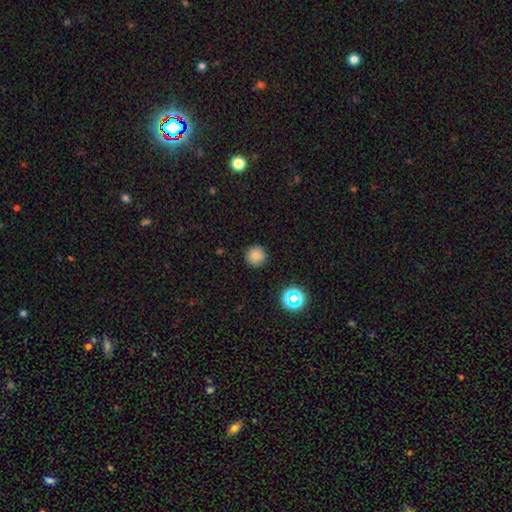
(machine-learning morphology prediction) Q: Smooth or featured?
A: smooth (81%); runner-up: star or artifact (14%)
Q: How rounded?
A: round (96%); runner-up: in between (3%)
Q: Merging?
A: none (91%); runner-up: minor disturbance (6%)